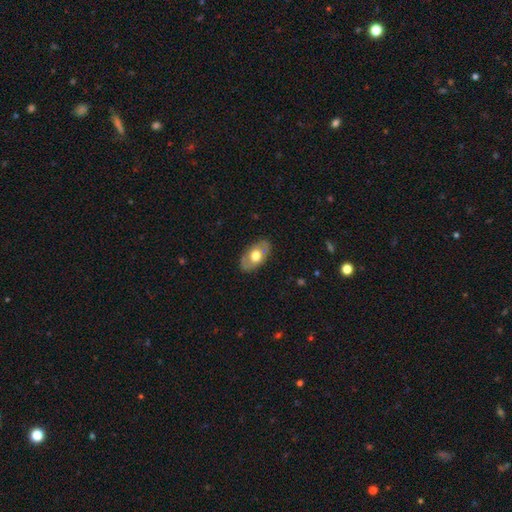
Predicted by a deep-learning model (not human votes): The model was most divided on "smooth or featured": smooth: 52%, featured or disk: 42%, star or artifact: 6%. More confident: how rounded — in between (90%); merging — none (83%).